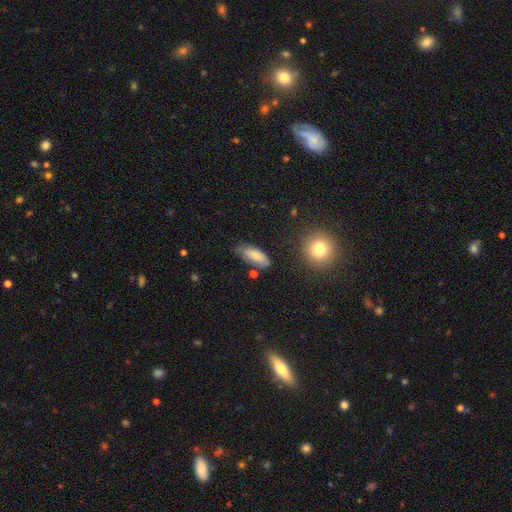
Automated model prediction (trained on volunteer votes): A smooth galaxy with no disk features (80%) that is in between round and cigar-shaped (79%). Merging: none (64%).